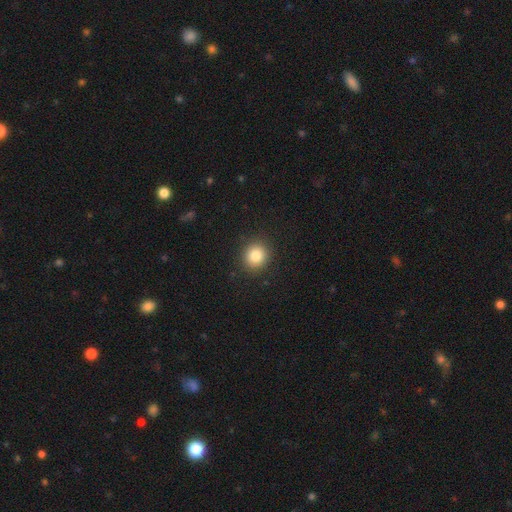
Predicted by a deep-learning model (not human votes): Morphology: type=smooth (83%); roundness=round (88%); merging=none (90%).